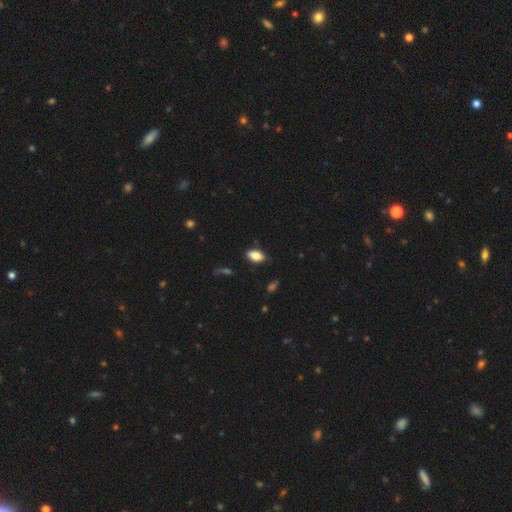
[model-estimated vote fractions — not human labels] Overall: smooth (84%). How rounded: in between (92%). Merging: none (78%).